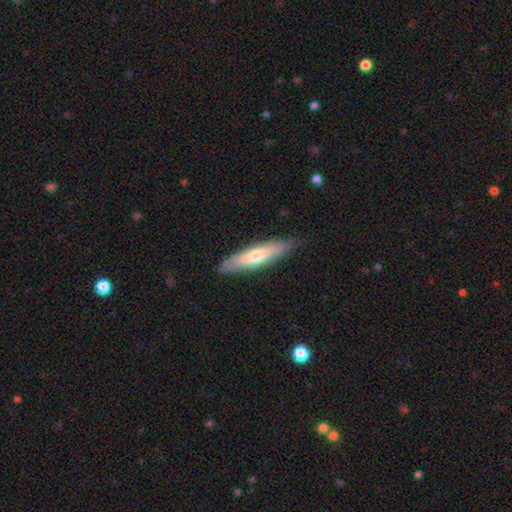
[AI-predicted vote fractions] This is possibly a smooth galaxy (57%). How rounded: likely cigar-shaped (75%). Merging: clearly none (84%).